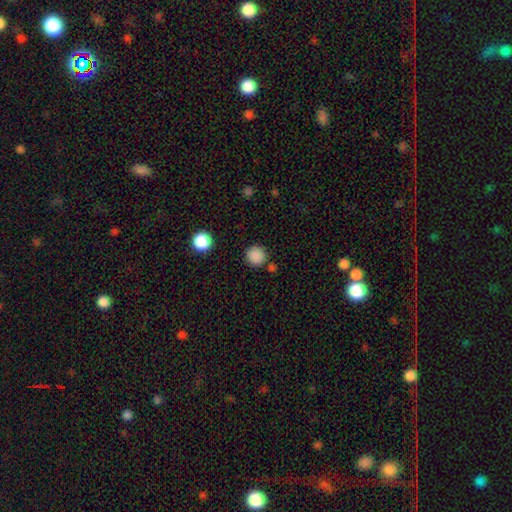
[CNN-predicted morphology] A smooth galaxy with no disk features (86%) that is round (94%).

Vote fractions:
- Smooth or featured? smooth: 86% / star or artifact: 11% / featured or disk: 3%
- How rounded? round: 94% / in between: 5% / cigar-shaped: 1%
- Merging? none: 85% / minor disturbance: 8% / merger: 5% / major disturbance: 3%